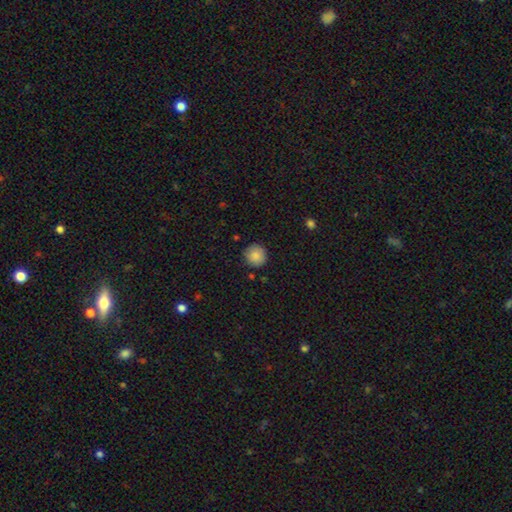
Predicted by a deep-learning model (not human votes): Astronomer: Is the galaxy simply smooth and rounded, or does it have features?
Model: smooth — 87%.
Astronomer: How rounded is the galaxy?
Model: round — 94%.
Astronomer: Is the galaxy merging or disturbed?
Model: none — 88%.